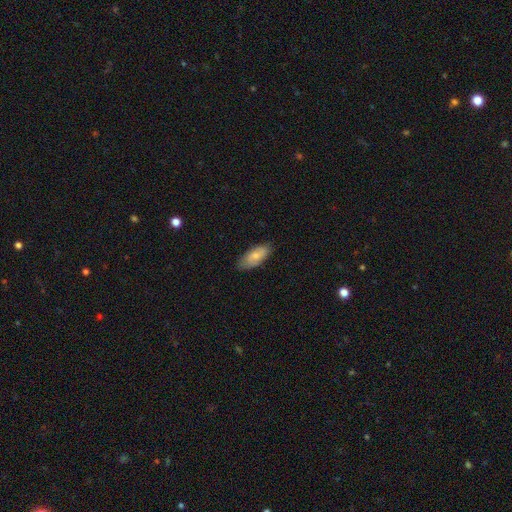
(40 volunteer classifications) This is likely a smooth galaxy (78%). How rounded: clearly in between (87%). Merging: clearly none (89%).